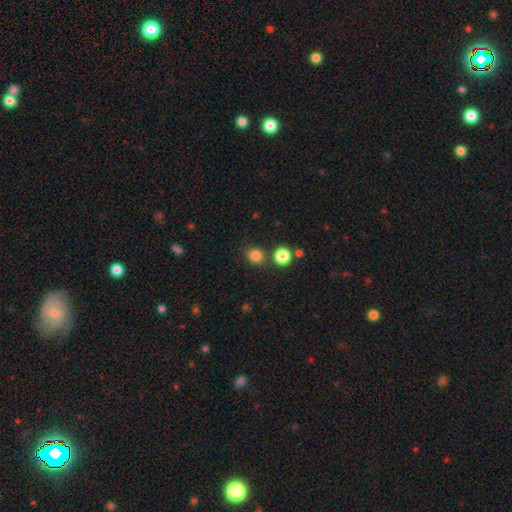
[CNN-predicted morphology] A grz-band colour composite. It shows a smooth galaxy with no disk features (82%) that is round (80%). Merging: none (77%).